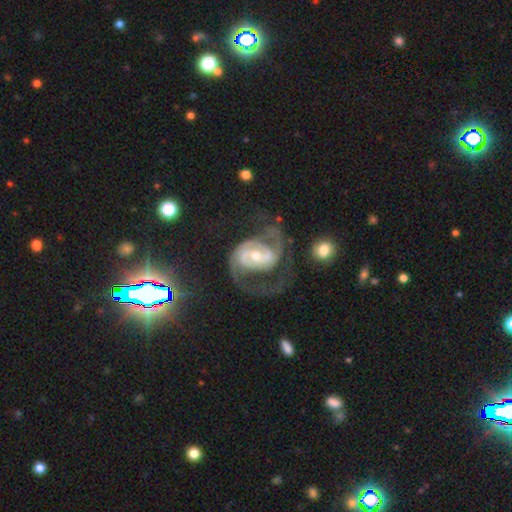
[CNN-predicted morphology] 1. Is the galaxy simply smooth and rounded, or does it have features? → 88% featured or disk, 6% smooth, 6% star or artifact.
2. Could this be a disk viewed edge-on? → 97% no, 3% yes.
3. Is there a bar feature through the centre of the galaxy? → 39% weak, 33% no, 28% strong.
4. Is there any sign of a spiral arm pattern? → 96% yes, 4% no.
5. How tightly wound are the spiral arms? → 54% medium, 23% loose, 23% tight.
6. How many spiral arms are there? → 85% 2, 5% can't tell, 4% 1, 3% 3, 2% 4, 2% more than 4.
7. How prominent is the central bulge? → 52% moderate, 41% small, 5% large, 1% none, 1% dominant.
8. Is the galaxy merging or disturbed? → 53% none, 29% major disturbance, 16% minor disturbance, 3% merger.